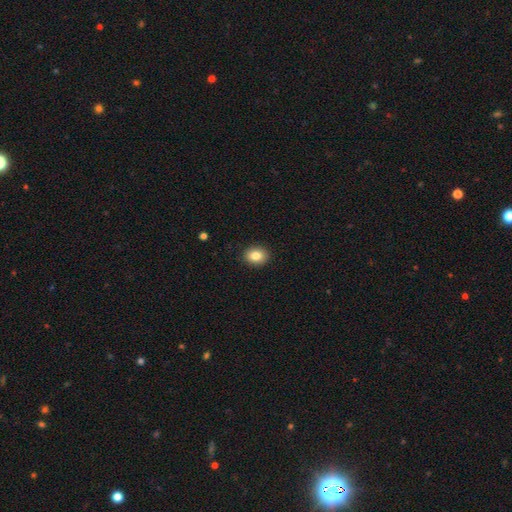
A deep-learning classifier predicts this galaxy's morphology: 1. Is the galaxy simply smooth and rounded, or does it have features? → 84% smooth, 9% star or artifact, 7% featured or disk.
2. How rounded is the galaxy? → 51% round, 48% in between, 1% cigar-shaped.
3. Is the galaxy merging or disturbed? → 91% none, 6% minor disturbance, 2% major disturbance, 1% merger.